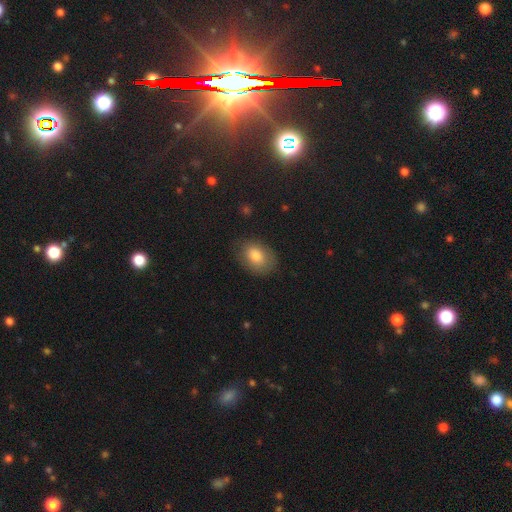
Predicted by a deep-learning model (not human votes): smooth 80%, featured or disk 13%, star or artifact 8%. Down the decision tree: how rounded — in between (81%); merging — none (78%).